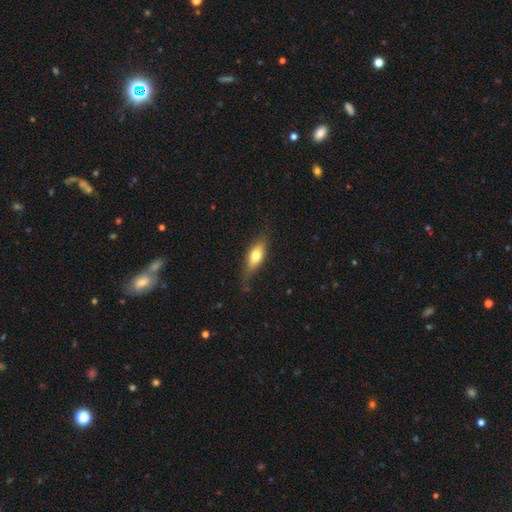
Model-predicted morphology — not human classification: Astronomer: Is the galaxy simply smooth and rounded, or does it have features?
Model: smooth — 62%.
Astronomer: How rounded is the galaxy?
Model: in between — 62%.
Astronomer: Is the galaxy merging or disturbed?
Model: none — 74%.